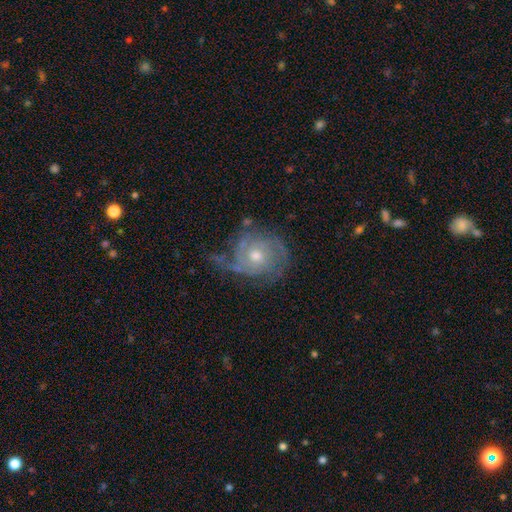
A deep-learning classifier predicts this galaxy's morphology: This appears to be a featured or disk galaxy (82%) with no bar (78%), 2 (31%) tight (58%) spiral arms (93%) and a moderate central bulge (63%). Merging: none (56%).